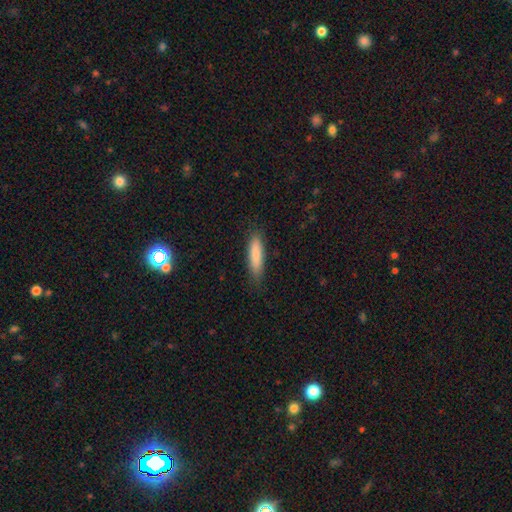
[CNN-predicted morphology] Smooth or featured? Predicted: smooth (p=0.83). How rounded? Predicted: cigar-shaped (p=0.75). Merging? Predicted: none (p=0.84).